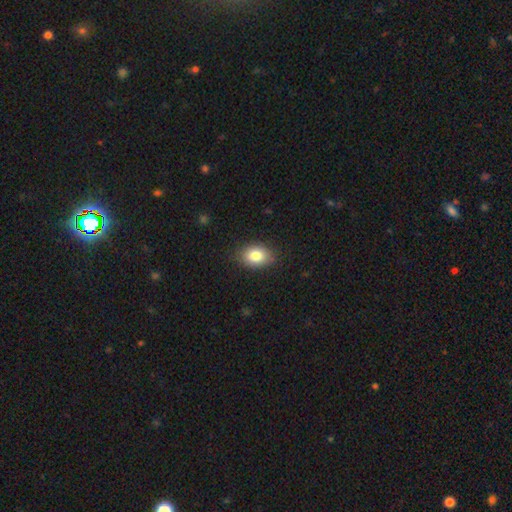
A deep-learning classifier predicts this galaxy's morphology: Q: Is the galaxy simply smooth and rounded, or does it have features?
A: smooth — 83%.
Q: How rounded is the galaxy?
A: in between — 78%.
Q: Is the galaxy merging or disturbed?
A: none — 84%.